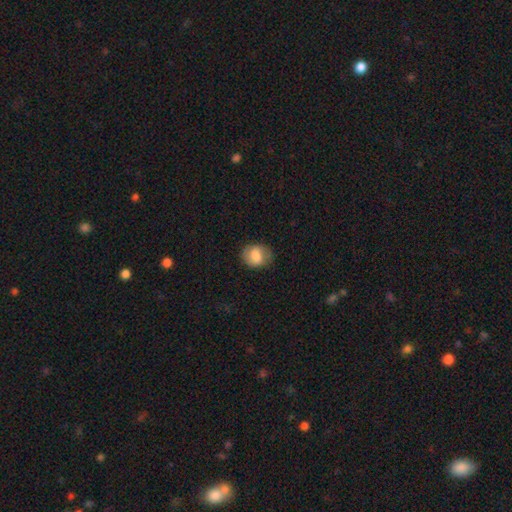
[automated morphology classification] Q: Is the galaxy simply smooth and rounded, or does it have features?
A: smooth — 71%.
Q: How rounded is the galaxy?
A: round — 50%.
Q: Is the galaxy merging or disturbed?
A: none — 73%.